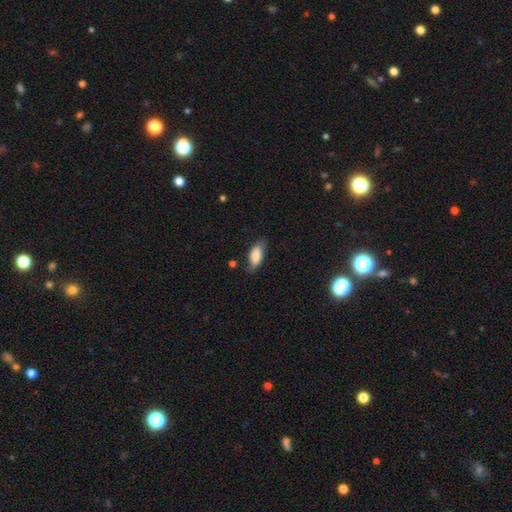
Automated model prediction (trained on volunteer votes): Smooth or featured?
  - smooth: 79% *
  - featured or disk: 14%
  - star or artifact: 7%
How rounded?
  - in between: 87% *
  - cigar-shaped: 10%
  - round: 3%
Merging?
  - none: 64% *
  - minor disturbance: 27%
  - major disturbance: 7%
  - merger: 3%